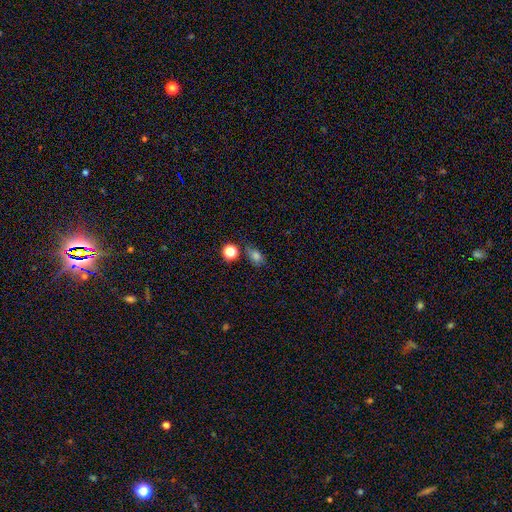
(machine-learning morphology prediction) Smooth or featured?
  - smooth: 77% *
  - star or artifact: 16%
  - featured or disk: 7%
How rounded?
  - in between: 65% *
  - round: 33%
  - cigar-shaped: 2%
Merging?
  - none: 64% *
  - minor disturbance: 21%
  - merger: 8%
  - major disturbance: 6%